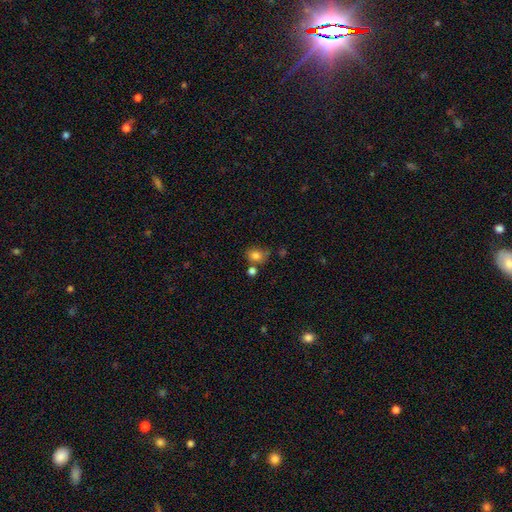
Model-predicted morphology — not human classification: Smooth or featured? Predicted: smooth (p=0.80). How rounded? Predicted: round (p=0.55). Merging? Predicted: none (p=0.56).